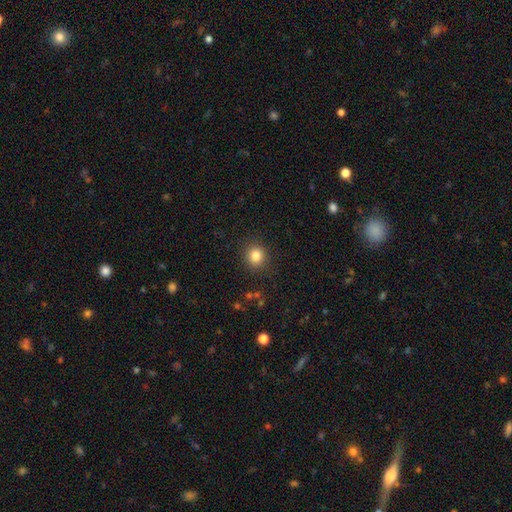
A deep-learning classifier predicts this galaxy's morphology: A smooth galaxy with no disk features (83%) that is round (85%).

Vote fractions:
- Smooth or featured? smooth: 83% / star or artifact: 11% / featured or disk: 6%
- How rounded? round: 85% / in between: 14% / cigar-shaped: 1%
- Merging? none: 88% / minor disturbance: 7% / major disturbance: 3% / merger: 1%